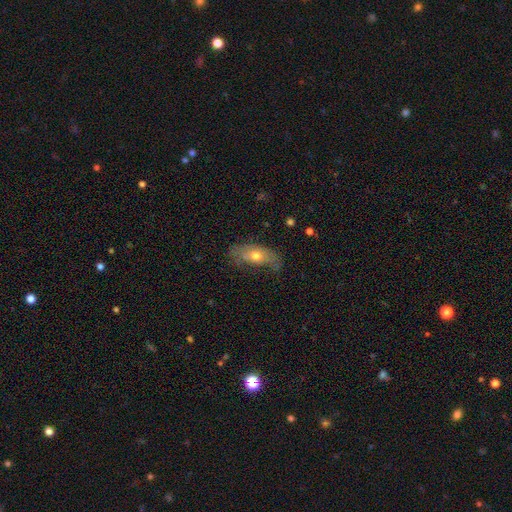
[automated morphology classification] The model was most divided on "smooth or featured": smooth: 49%, featured or disk: 42%, star or artifact: 9%. More confident: merging — none (52%).